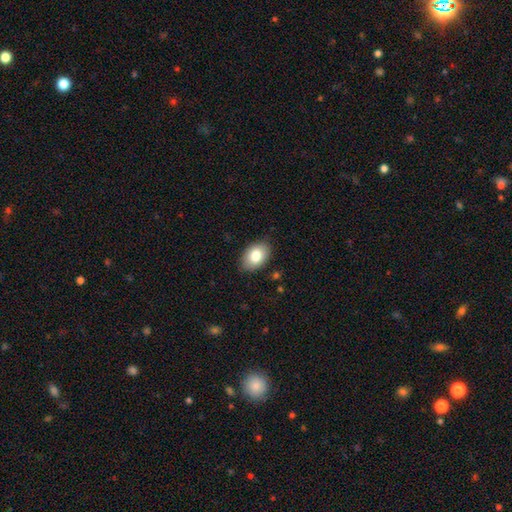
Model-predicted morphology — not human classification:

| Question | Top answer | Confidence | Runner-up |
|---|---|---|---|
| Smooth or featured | smooth | 81% | featured or disk (12%) |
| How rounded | in between | 87% | round (12%) |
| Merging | none | 84% | minor disturbance (13%) |